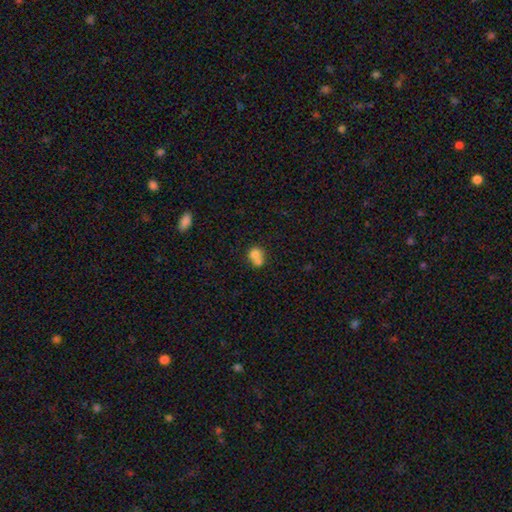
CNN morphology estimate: This appears to be a smooth galaxy with no disk features (74%) that is round (70%). Merging: merger (60%).